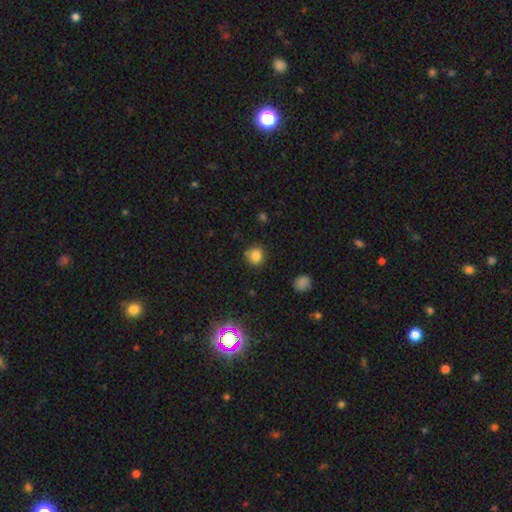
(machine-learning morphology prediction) smooth_or_featured: smooth (p=0.83) [alt: star or artifact p=0.12]
how_rounded: round (p=0.87) [alt: in between p=0.12]
merging: none (p=0.82) [alt: minor disturbance p=0.14]